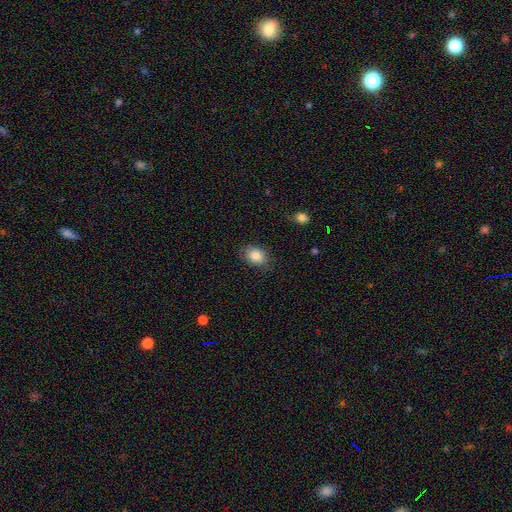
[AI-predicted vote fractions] The model was most divided on "how rounded": in between: 69%, round: 30%, cigar-shaped: 1%. More confident: smooth or featured — smooth (85%); merging — none (80%).